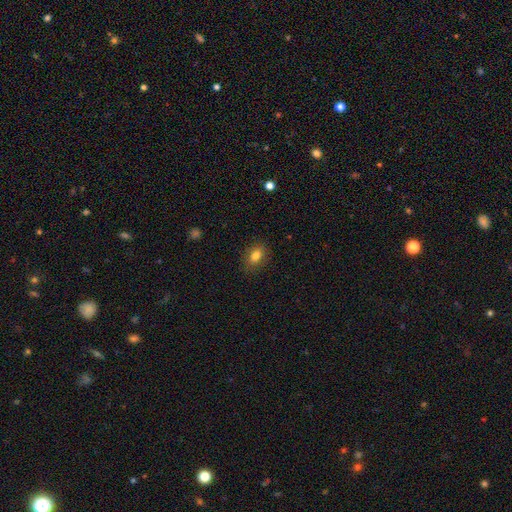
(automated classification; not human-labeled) smooth-or-featured: smooth: 83% | star or artifact: 9% | featured or disk: 8%
  how-rounded: in between: 78% | round: 20% | cigar-shaped: 2%
  merging: none: 85% | minor disturbance: 11% | major disturbance: 3% | merger: 1%